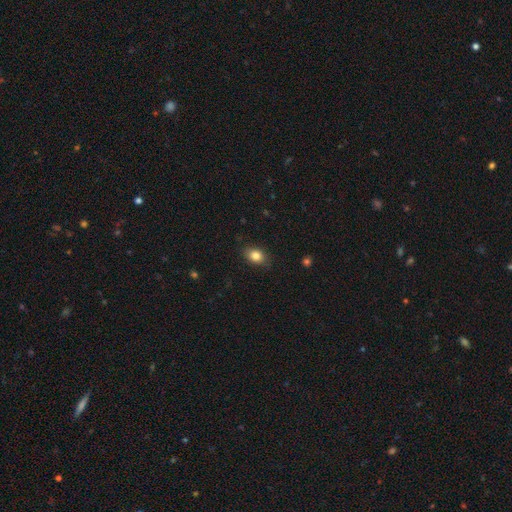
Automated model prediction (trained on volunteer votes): This is clearly a smooth galaxy (84%). How rounded: likely in between (70%). Merging: clearly none (84%).